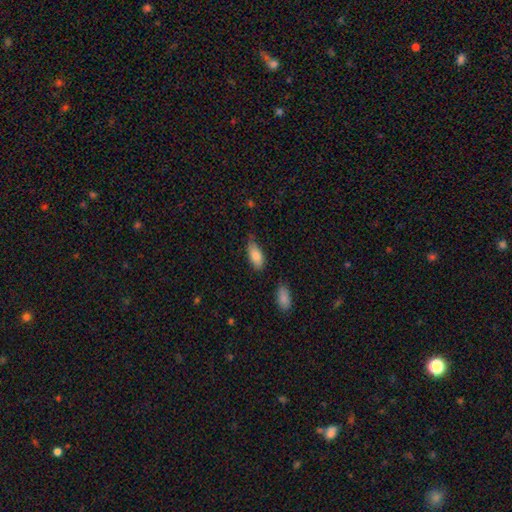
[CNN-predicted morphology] type=smooth (82%); roundness=in between (87%); merging=none (63%).